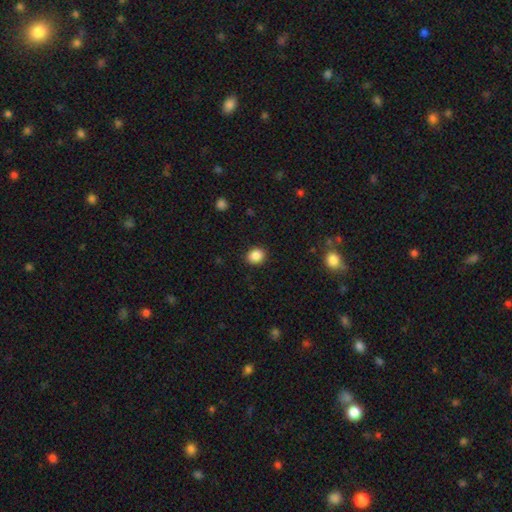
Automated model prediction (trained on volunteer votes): This appears to be a smooth galaxy with no disk features (87%) that is round (66%). Merging: none (90%).